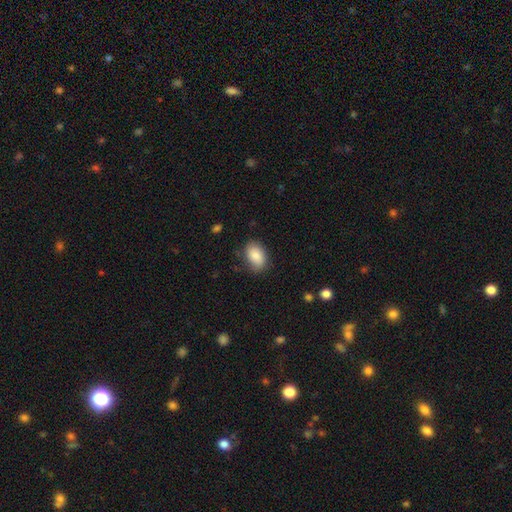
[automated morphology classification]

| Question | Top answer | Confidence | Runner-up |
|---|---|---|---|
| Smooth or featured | smooth | 85% | featured or disk (8%) |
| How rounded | in between | 88% | round (11%) |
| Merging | none | 77% | minor disturbance (17%) |